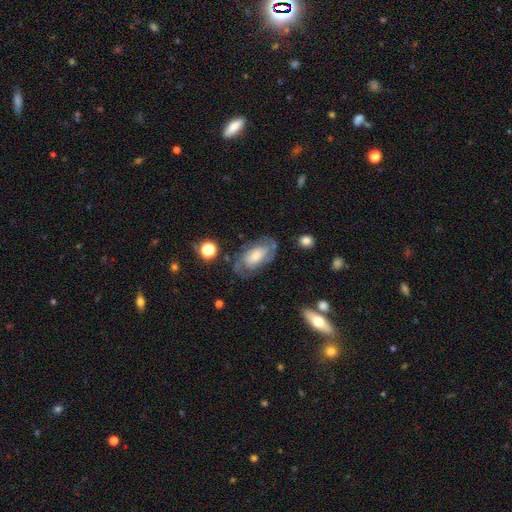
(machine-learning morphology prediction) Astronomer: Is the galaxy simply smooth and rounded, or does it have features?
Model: featured or disk — 64%.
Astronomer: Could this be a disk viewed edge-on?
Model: no — 94%.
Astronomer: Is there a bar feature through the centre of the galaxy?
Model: no — 62%.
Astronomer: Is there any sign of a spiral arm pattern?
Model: yes — 83%.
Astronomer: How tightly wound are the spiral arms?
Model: tight — 47% (runner-up: medium, 39%).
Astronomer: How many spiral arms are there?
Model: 2 — 48% (runner-up: can't tell, 34%).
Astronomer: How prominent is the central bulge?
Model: small — 44% (runner-up: moderate, 35%).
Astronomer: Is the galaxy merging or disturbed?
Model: none — 67%.